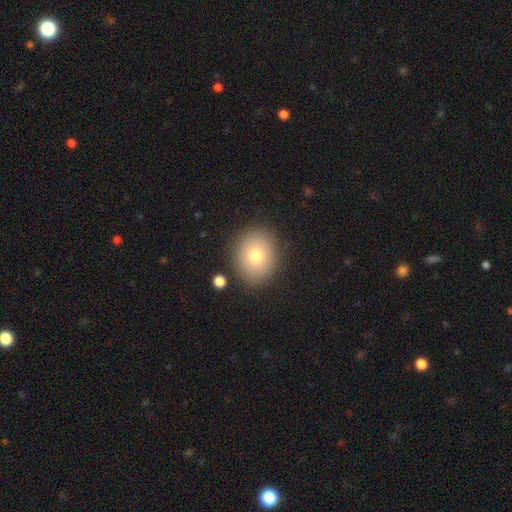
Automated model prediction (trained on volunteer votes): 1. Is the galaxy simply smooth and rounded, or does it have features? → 75% smooth, 14% featured or disk, 11% star or artifact.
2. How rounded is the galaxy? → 59% round, 40% in between, 1% cigar-shaped.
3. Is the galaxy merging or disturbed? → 85% none, 9% minor disturbance, 3% major disturbance, 2% merger.